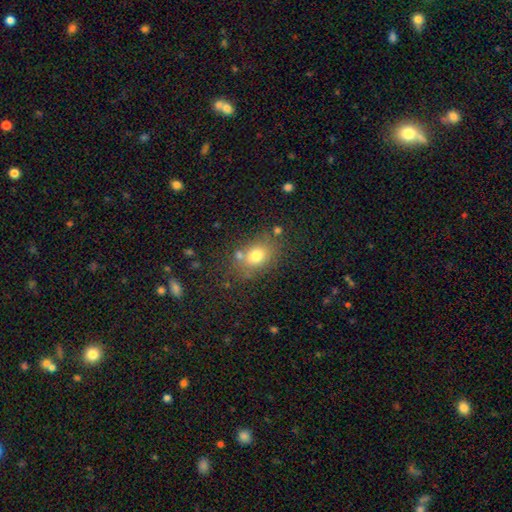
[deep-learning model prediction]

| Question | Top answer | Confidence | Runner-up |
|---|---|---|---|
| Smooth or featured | smooth | 76% | star or artifact (12%) |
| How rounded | in between | 63% | round (36%) |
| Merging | none | 69% | minor disturbance (15%) |